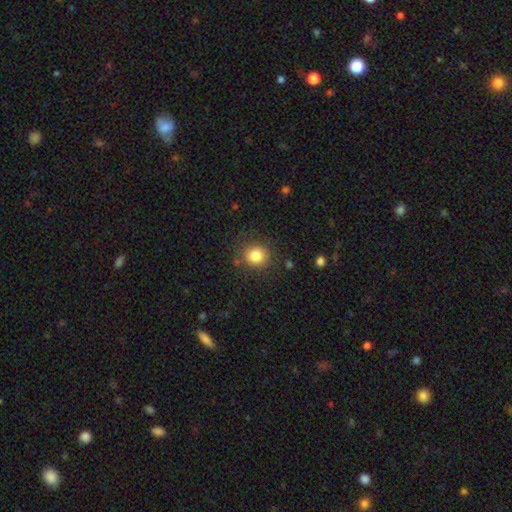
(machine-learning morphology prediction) Smooth or featured? Predicted: smooth (p=0.83). How rounded? Predicted: round (p=0.88). Merging? Predicted: none (p=0.86).